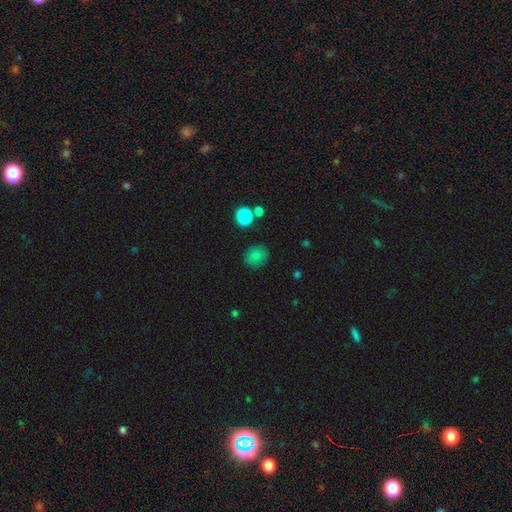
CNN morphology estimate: Overall: smooth (81%). How rounded: round (85%). Merging: none (85%).